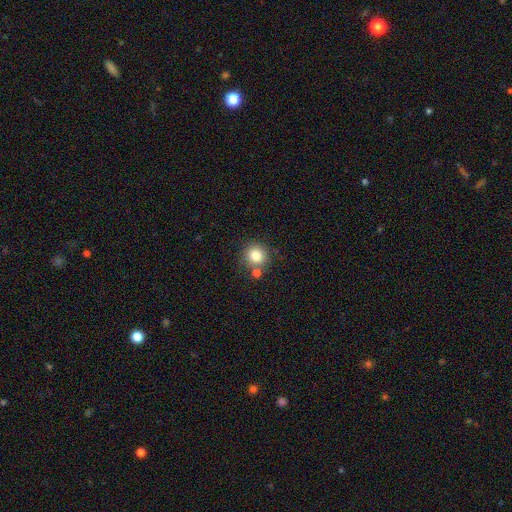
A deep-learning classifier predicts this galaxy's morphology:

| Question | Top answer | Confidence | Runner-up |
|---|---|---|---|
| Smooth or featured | smooth | 81% | star or artifact (11%) |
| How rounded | round | 89% | in between (10%) |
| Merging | none | 72% | merger (15%) |